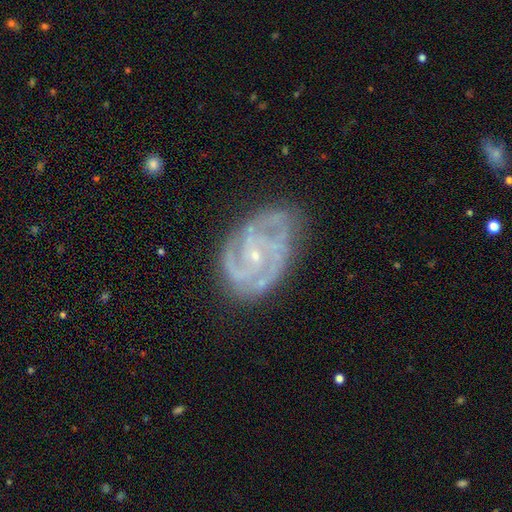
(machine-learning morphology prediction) type=featured or disk (89%); edge-on=no (98%); bar=no (62%); spiral arms=yes (97%); winding=tight (55%); arm count=3 (36%); bulge=small (81%); merging=none (67%).